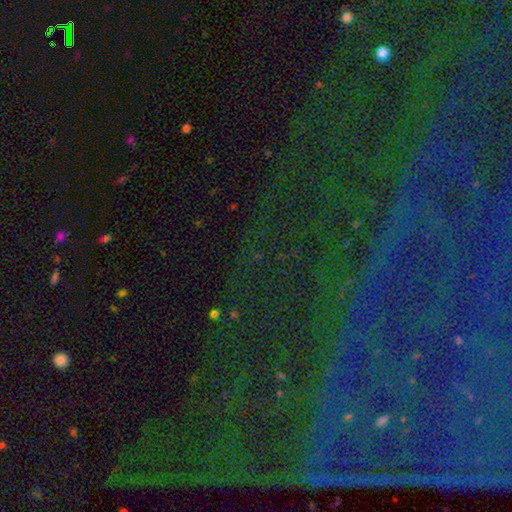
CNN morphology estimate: Smooth or featured?
  - star or artifact: 77% *
  - featured or disk: 12%
  - smooth: 11%